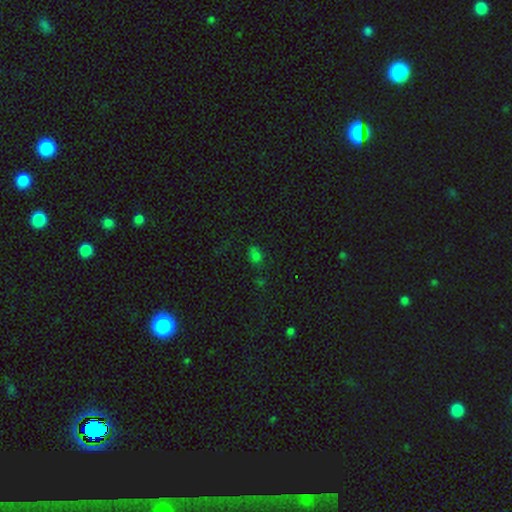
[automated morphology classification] The model was most divided on "smooth or featured": smooth: 65%, star or artifact: 27%, featured or disk: 7%. More confident: how rounded — in between (73%); merging — none (66%).